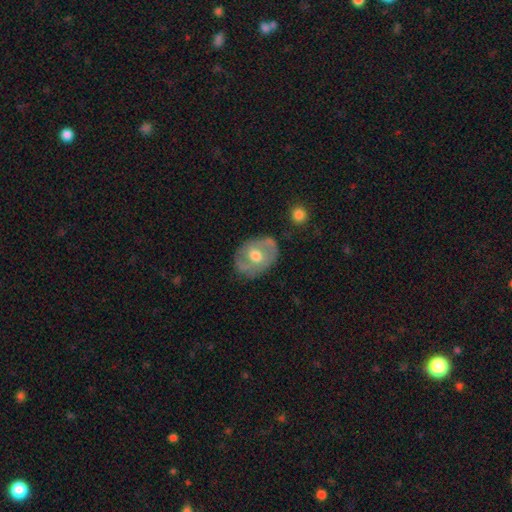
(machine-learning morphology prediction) smooth-or-featured: featured or disk: 59% | smooth: 35% | star or artifact: 6%
  disk-edge-on: no: 94% | yes: 6%
    bar: no: 60% | weak: 31% | strong: 9%
    has-spiral-arms: no: 51% | yes: 49%
    bulge-size: moderate: 76% | large: 13% | small: 9% | none: 1% | dominant: 1%
  merging: none: 72% | minor disturbance: 20% | major disturbance: 6% | merger: 2%